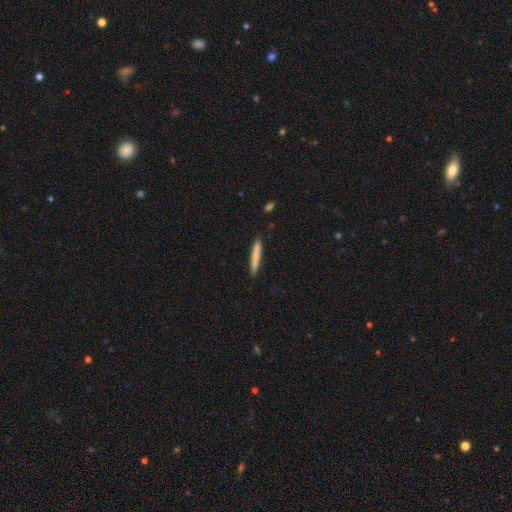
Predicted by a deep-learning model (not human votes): smooth_or_featured: smooth (p=0.75) [alt: featured or disk p=0.19]
how_rounded: cigar-shaped (p=0.96) [alt: in between p=0.03]
merging: none (p=0.90) [alt: minor disturbance p=0.07]